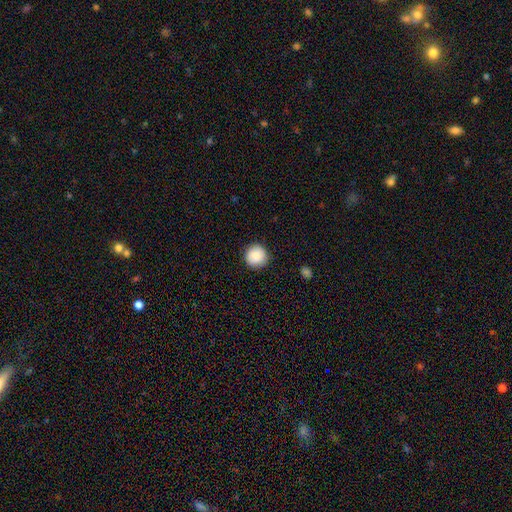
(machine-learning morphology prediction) This appears to be a smooth galaxy with no disk features (88%) that is round (95%). Merging: none (91%).